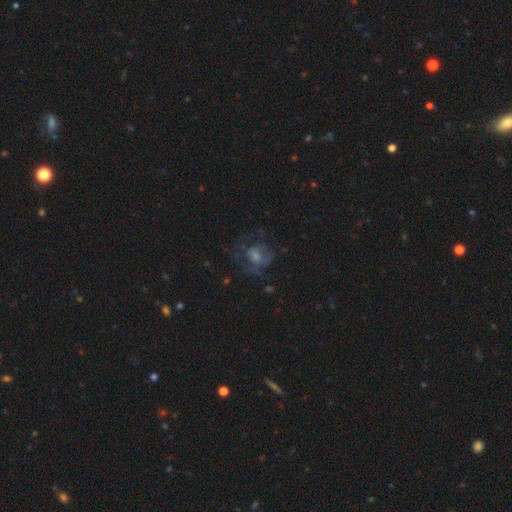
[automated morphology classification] type=featured or disk (45%); merging=none (55%).